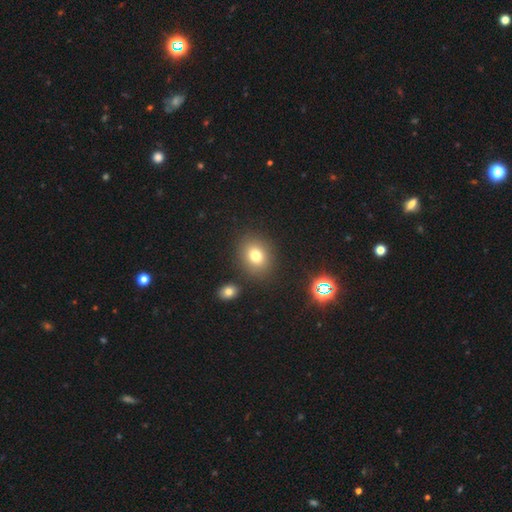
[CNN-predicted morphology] Smooth or featured?
  - smooth: 76% *
  - star or artifact: 14%
  - featured or disk: 10%
How rounded?
  - round: 56% *
  - in between: 43%
  - cigar-shaped: 1%
Merging?
  - none: 84% *
  - minor disturbance: 8%
  - merger: 5%
  - major disturbance: 3%